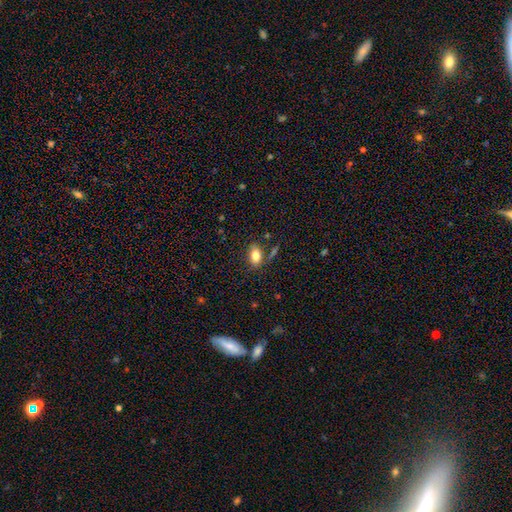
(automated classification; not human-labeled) smooth_or_featured: smooth (p=0.80) [alt: featured or disk p=0.10]
how_rounded: in between (p=0.87) [alt: round p=0.09]
merging: none (p=0.77) [alt: minor disturbance p=0.13]